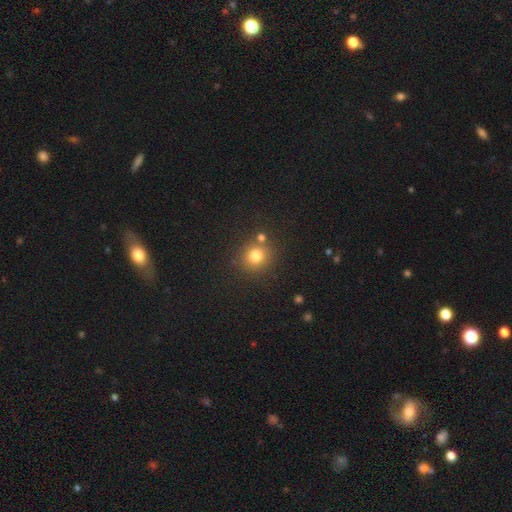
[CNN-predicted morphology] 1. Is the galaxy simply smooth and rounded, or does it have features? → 78% smooth, 15% star or artifact, 7% featured or disk.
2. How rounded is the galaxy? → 88% round, 11% in between, 1% cigar-shaped.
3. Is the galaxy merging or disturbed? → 77% none, 11% merger, 8% minor disturbance, 3% major disturbance.